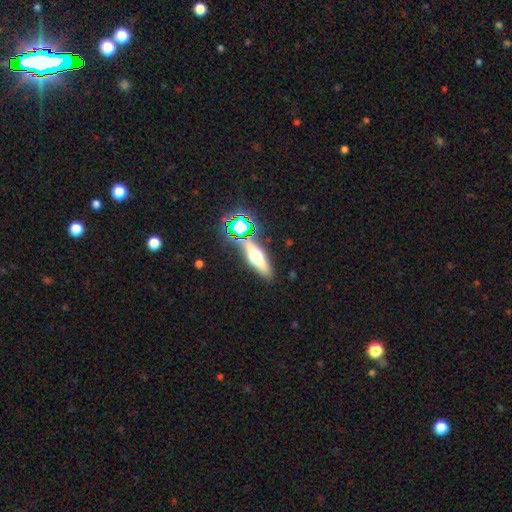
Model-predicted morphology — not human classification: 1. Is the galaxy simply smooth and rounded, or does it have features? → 46% featured or disk, 38% smooth, 16% star or artifact.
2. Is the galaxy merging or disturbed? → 81% none, 10% minor disturbance, 5% merger, 3% major disturbance.